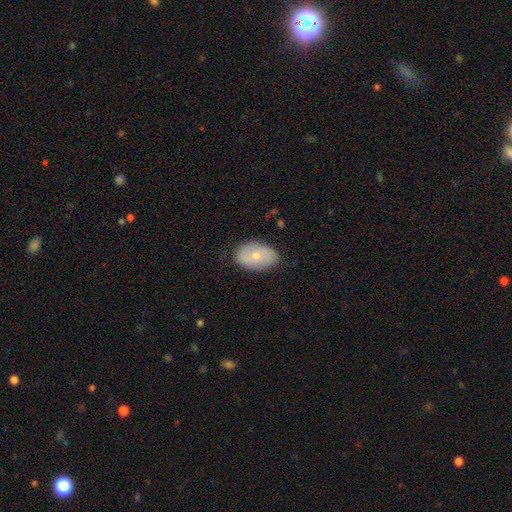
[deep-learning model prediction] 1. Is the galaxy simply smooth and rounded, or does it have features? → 61% smooth, 32% featured or disk, 7% star or artifact.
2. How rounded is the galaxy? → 89% in between, 10% round, 1% cigar-shaped.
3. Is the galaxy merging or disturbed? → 78% none, 17% minor disturbance, 4% major disturbance, 1% merger.